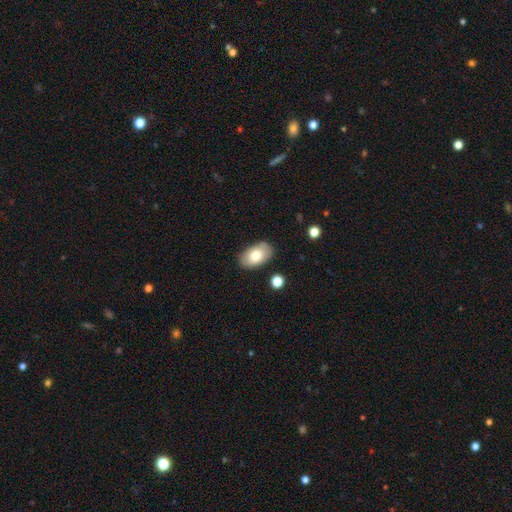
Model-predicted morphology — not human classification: This appears to be a smooth galaxy with no disk features (79%) that is in between round and cigar-shaped (93%). Merging: none (84%).